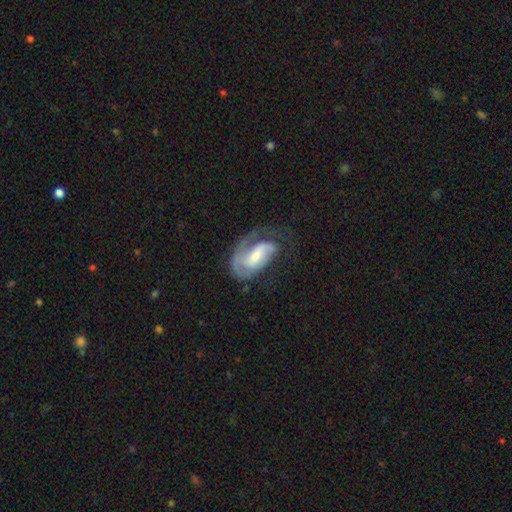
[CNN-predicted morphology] smooth_or_featured: featured or disk (p=0.75) [alt: smooth p=0.19]
disk_edge_on: no (p=0.96) [alt: yes p=0.04]
bar: weak (p=0.44) [alt: no p=0.33]
has_spiral_arms: yes (p=0.89) [alt: no p=0.11]
spiral_winding: tight (p=0.44) [alt: medium p=0.38]
spiral_arm_count: 1 (p=0.52) [alt: 2 p=0.31]
bulge_size: moderate (p=0.42) [alt: small p=0.36]
merging: none (p=0.43) [alt: major disturbance p=0.32]